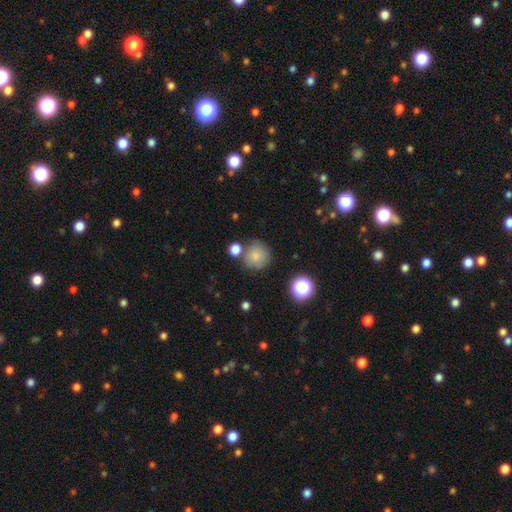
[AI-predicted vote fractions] Morphology: type=smooth (80%); roundness=round (92%); merging=none (70%).